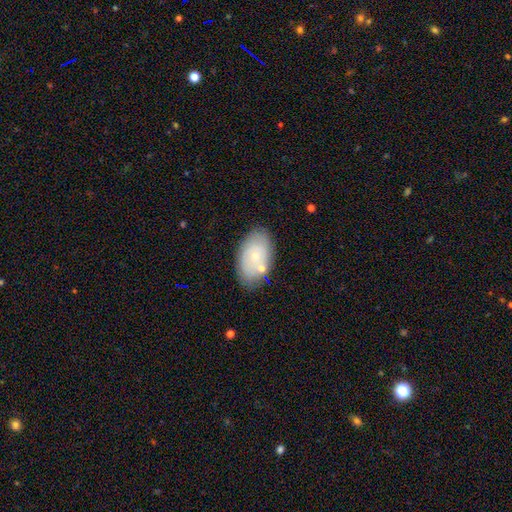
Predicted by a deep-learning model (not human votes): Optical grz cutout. It shows a smooth galaxy with no disk features (59%) that is in between round and cigar-shaped (92%). Merging: none (75%).